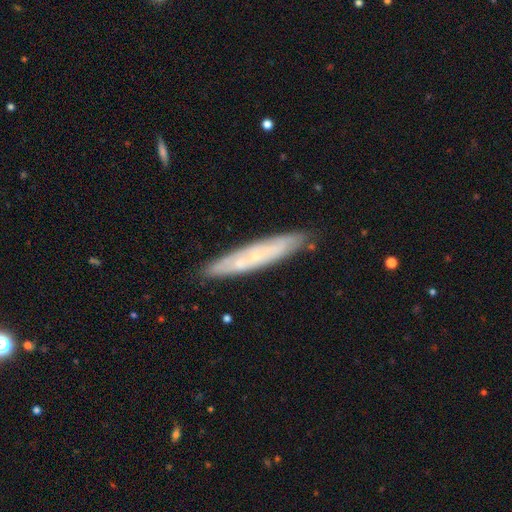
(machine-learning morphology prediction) smooth_or_featured: featured or disk (p=0.55) [alt: smooth p=0.38]
disk_edge_on: yes (p=0.61) [alt: no p=0.39]
merging: none (p=0.84) [alt: minor disturbance p=0.12]